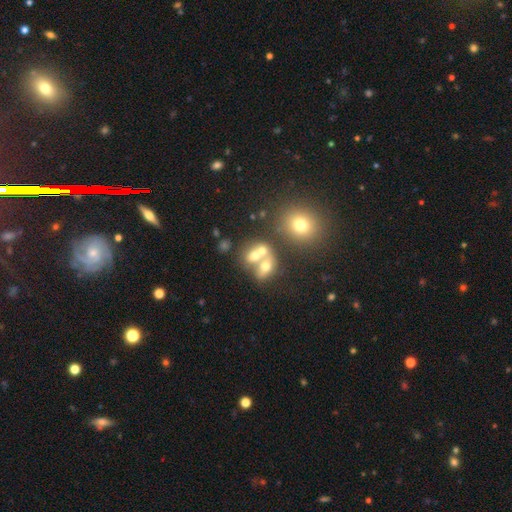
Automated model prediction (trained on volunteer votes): smooth-or-featured: smooth: 53% | featured or disk: 28% | star or artifact: 19%
  how-rounded: in between: 50% | round: 47% | cigar-shaped: 3%
  merging: merger: 56% | none: 29% | minor disturbance: 8% | major disturbance: 7%